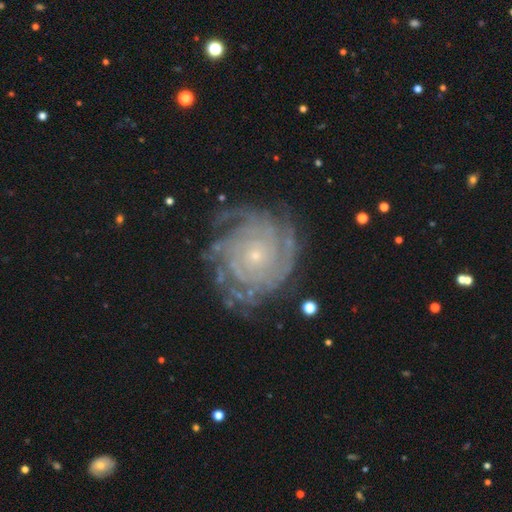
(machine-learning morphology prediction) type=featured or disk (86%); edge-on=no (97%); bar=no (82%); spiral arms=yes (97%); winding=tight (81%); arm count=can't tell (26%); bulge=small (87%); merging=none (75%).